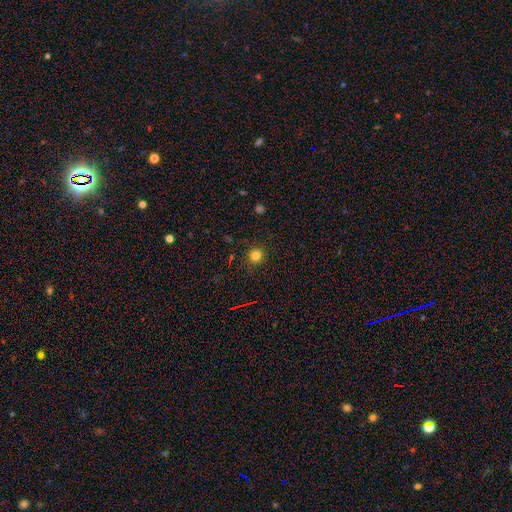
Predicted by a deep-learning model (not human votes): Smooth or featured: smooth — 79% (star or artifact — 15%)
How rounded: round — 90% (in between — 9%)
Merging: none — 89% (minor disturbance — 8%)